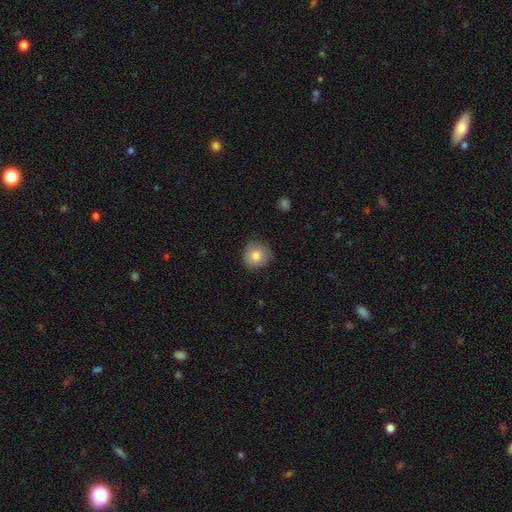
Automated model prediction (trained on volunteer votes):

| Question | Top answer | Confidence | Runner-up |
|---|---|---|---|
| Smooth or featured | smooth | 82% | featured or disk (10%) |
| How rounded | round | 90% | in between (9%) |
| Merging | none | 81% | minor disturbance (15%) |